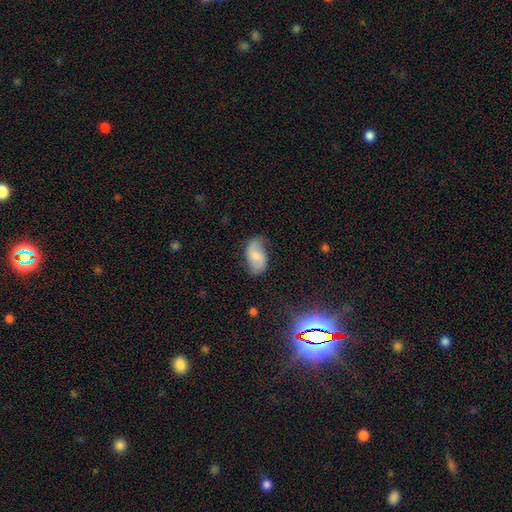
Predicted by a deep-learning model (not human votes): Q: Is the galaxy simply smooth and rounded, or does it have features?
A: smooth — 51%.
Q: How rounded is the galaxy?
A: in between — 93%.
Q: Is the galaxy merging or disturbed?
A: none — 67%.